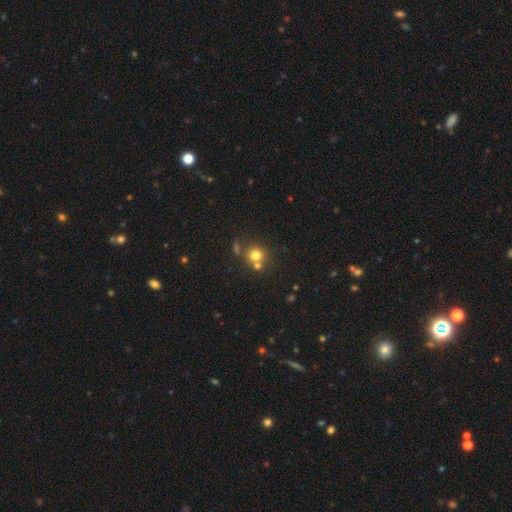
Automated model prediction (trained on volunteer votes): smooth_or_featured: smooth (p=0.74) [alt: star or artifact p=0.16]
how_rounded: round (p=0.88) [alt: in between p=0.11]
merging: none (p=0.60) [alt: merger p=0.28]